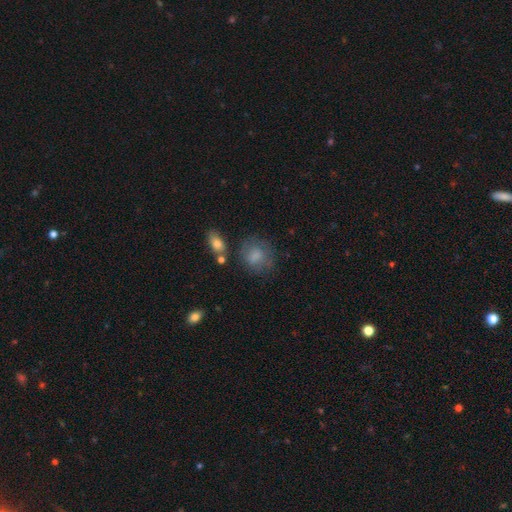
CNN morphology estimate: Smooth or featured: smooth — 75% (featured or disk — 16%)
How rounded: round — 68% (in between — 31%)
Merging: none — 61% (minor disturbance — 22%)